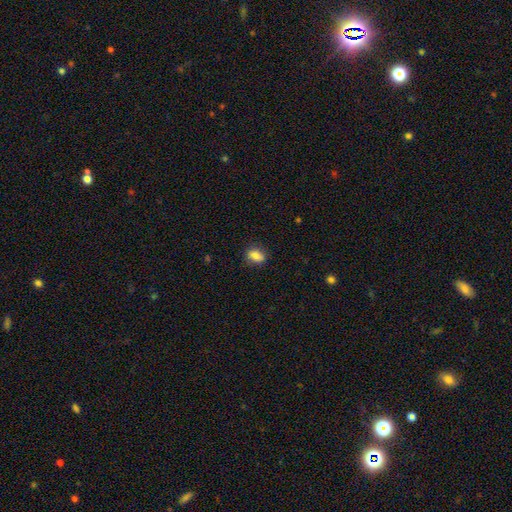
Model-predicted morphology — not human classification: type=smooth (77%); roundness=in between (67%); merging=none (79%).